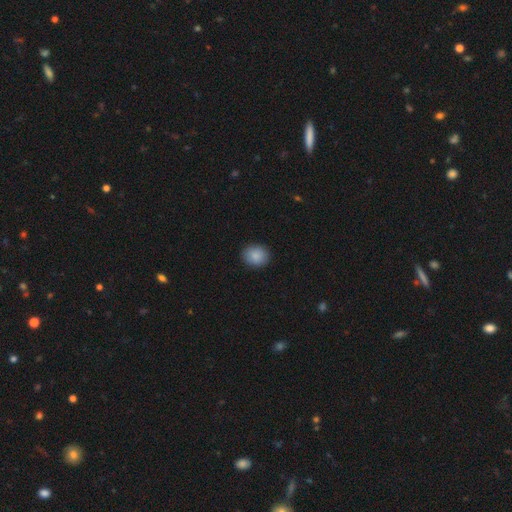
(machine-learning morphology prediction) smooth-or-featured: smooth: 88% | star or artifact: 8% | featured or disk: 4%
  how-rounded: round: 69% | in between: 30% | cigar-shaped: 1%
  merging: none: 90% | minor disturbance: 7% | major disturbance: 2% | merger: 1%